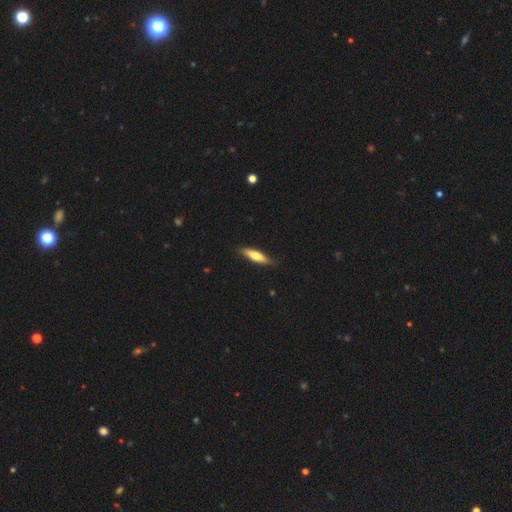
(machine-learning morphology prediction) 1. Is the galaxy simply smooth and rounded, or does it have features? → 66% smooth, 28% featured or disk, 5% star or artifact.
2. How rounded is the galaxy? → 70% cigar-shaped, 29% in between, 2% round.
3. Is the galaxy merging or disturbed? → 84% none, 13% minor disturbance, 2% major disturbance, 1% merger.